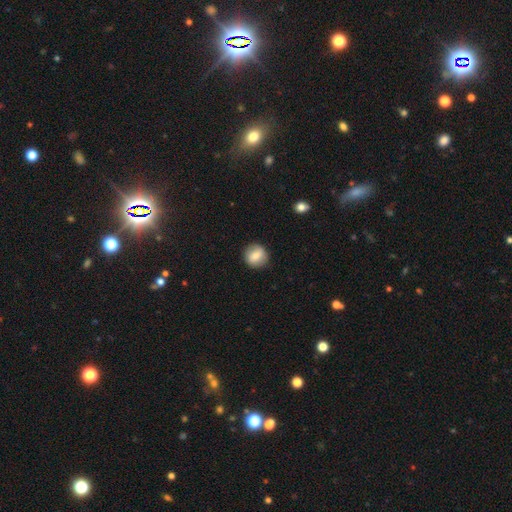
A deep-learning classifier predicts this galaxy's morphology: This is likely a smooth galaxy (74%). How rounded: clearly round (90%). Merging: clearly none (89%).